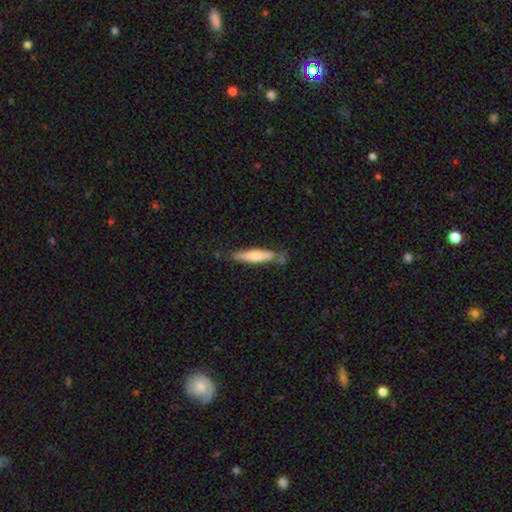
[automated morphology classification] Q: Smooth or featured?
A: smooth (64%); runner-up: featured or disk (31%)
Q: How rounded?
A: cigar-shaped (86%); runner-up: in between (12%)
Q: Merging?
A: none (68%); runner-up: minor disturbance (20%)